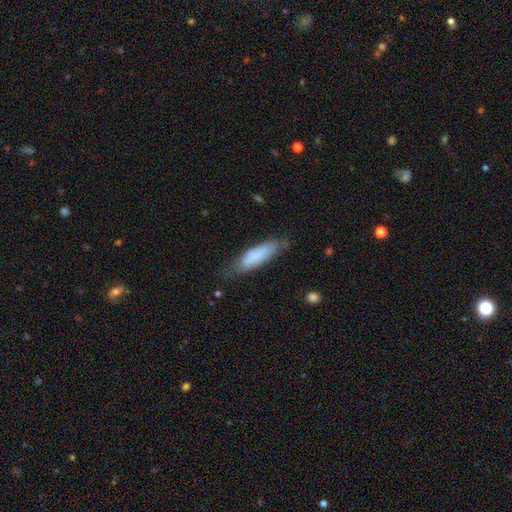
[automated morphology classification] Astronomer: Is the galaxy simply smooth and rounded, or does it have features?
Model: smooth — 79%.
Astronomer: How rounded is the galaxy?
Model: cigar-shaped — 56% (runner-up: in between, 43%).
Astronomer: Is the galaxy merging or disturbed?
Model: none — 64%.